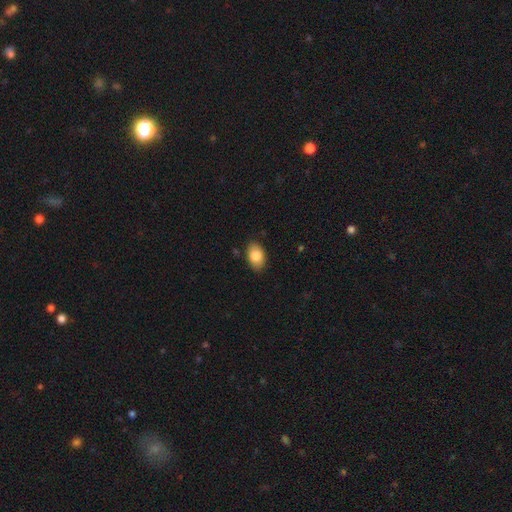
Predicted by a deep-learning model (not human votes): This is clearly a smooth galaxy (85%). How rounded: clearly in between (91%). Merging: clearly none (86%).